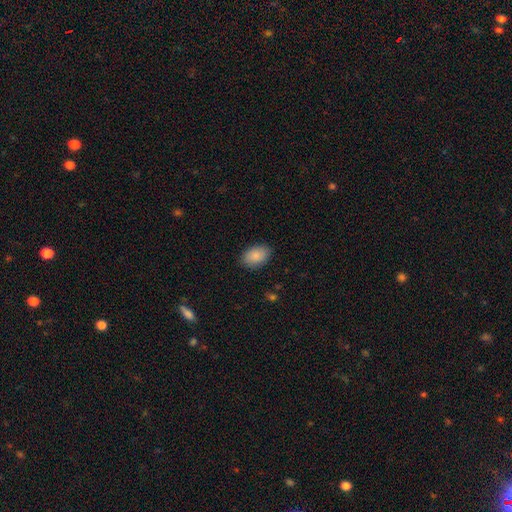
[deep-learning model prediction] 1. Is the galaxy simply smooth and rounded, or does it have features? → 89% smooth, 7% star or artifact, 5% featured or disk.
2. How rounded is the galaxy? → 89% in between, 10% round, 1% cigar-shaped.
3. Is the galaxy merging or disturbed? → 86% none, 10% minor disturbance, 2% major disturbance, 1% merger.